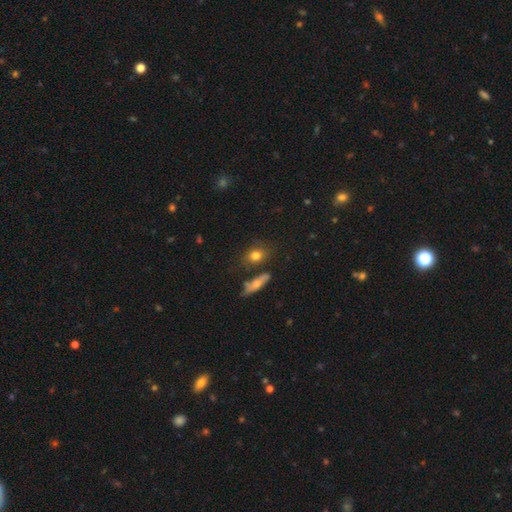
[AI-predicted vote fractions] This appears to be a smooth galaxy with no disk features (78%) that is in between round and cigar-shaped (51%). Merging: none (67%).